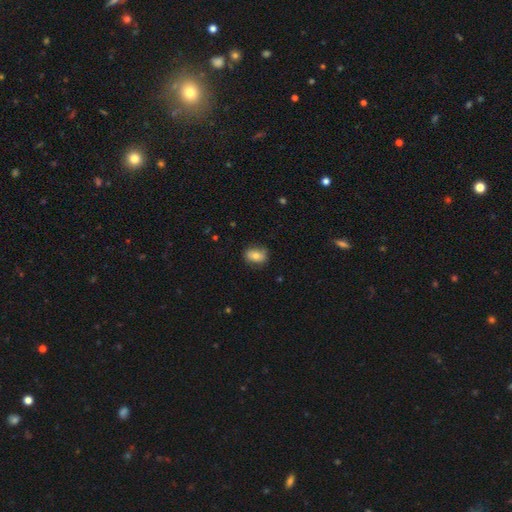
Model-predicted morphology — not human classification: smooth-or-featured: smooth: 74% | featured or disk: 17% | star or artifact: 8%
  how-rounded: in between: 73% | round: 25% | cigar-shaped: 2%
  merging: none: 78% | minor disturbance: 17% | major disturbance: 4% | merger: 1%